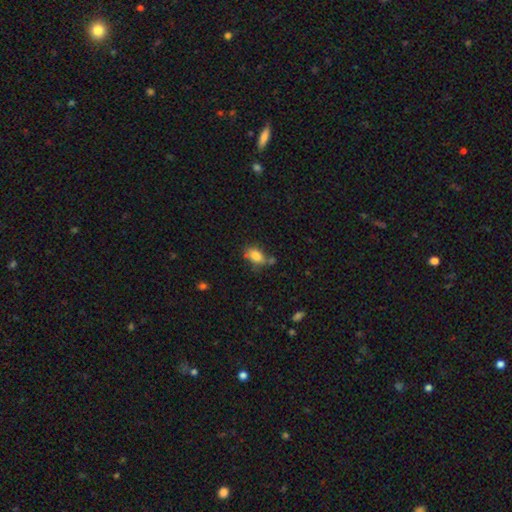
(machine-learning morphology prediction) The model was most divided on "merging": none: 54%, minor disturbance: 23%, merger: 15%, major disturbance: 8%. More confident: how rounded — in between (84%); smooth or featured — smooth (81%).